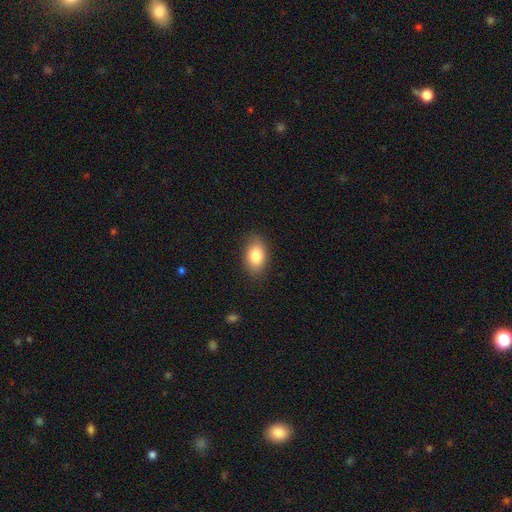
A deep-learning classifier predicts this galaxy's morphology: type=smooth (84%); roundness=in between (89%); merging=none (86%).